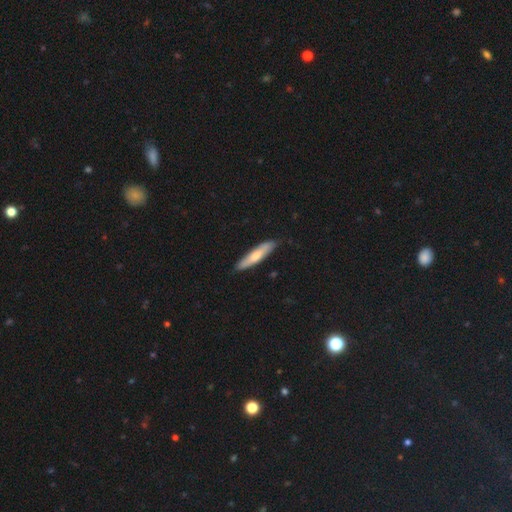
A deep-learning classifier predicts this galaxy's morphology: This is likely a smooth galaxy (66%). How rounded: clearly cigar-shaped (83%). Merging: clearly none (86%).